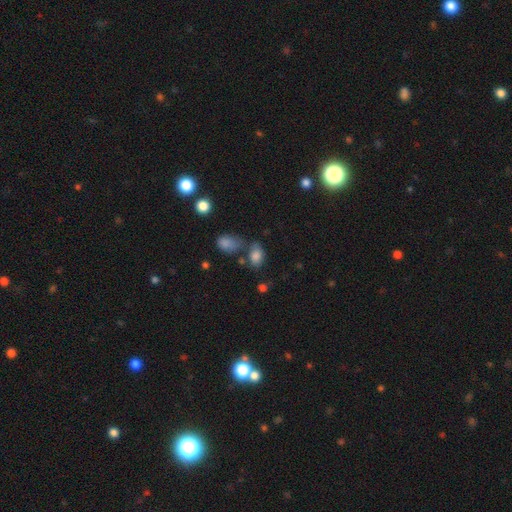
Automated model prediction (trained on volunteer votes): This appears to be a smooth galaxy with no disk features (81%) that is in between round and cigar-shaped (84%). Merging: none (47%).